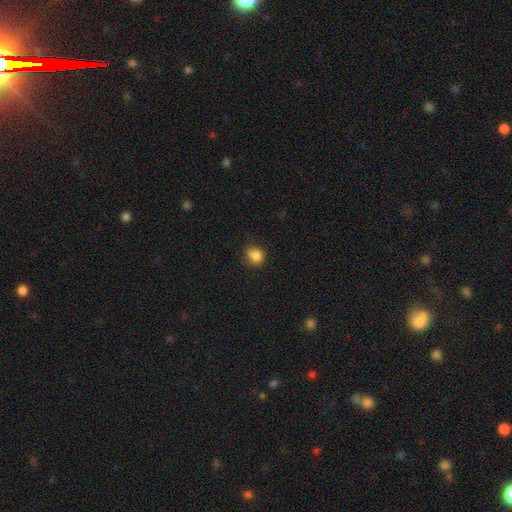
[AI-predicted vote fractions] Smooth or featured: smooth — 84% (star or artifact — 10%)
How rounded: round — 65% (in between — 34%)
Merging: none — 66% (minor disturbance — 26%)